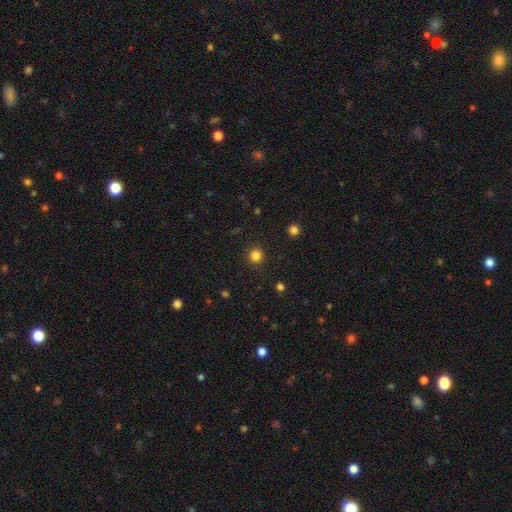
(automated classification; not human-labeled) smooth 83%, star or artifact 13%, featured or disk 4%. Down the decision tree: how rounded — round (94%); merging — none (91%).